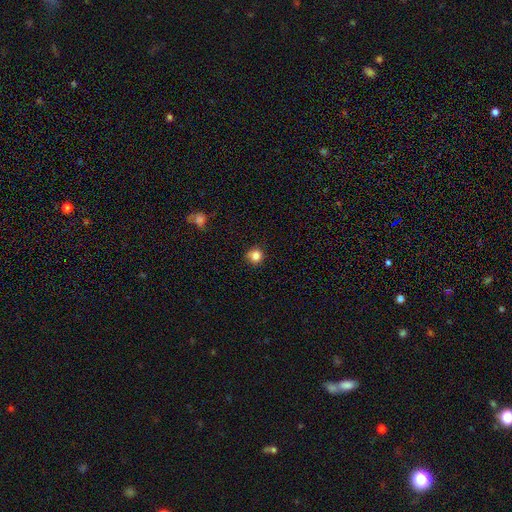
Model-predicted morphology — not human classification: Smooth or featured: smooth — 84% (star or artifact — 11%)
How rounded: round — 92% (in between — 7%)
Merging: none — 83% (minor disturbance — 13%)